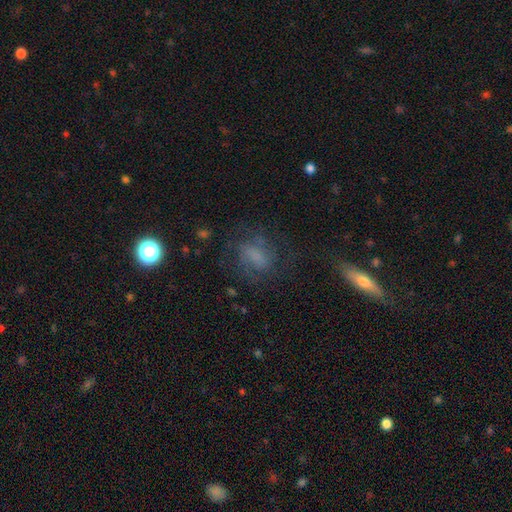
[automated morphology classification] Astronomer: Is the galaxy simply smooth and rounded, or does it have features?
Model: featured or disk — 44% (runner-up: smooth, 39%).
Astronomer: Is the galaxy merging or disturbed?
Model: none — 61%.